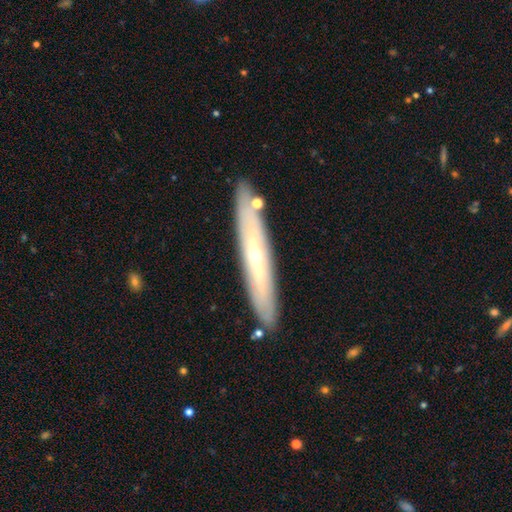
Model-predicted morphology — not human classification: Smooth or featured?
  - featured or disk: 67% *
  - smooth: 27%
  - star or artifact: 6%
Edge-on disk?
  - yes: 70% *
  - no: 30%
Merging?
  - none: 86% *
  - minor disturbance: 9%
  - merger: 3%
  - major disturbance: 2%